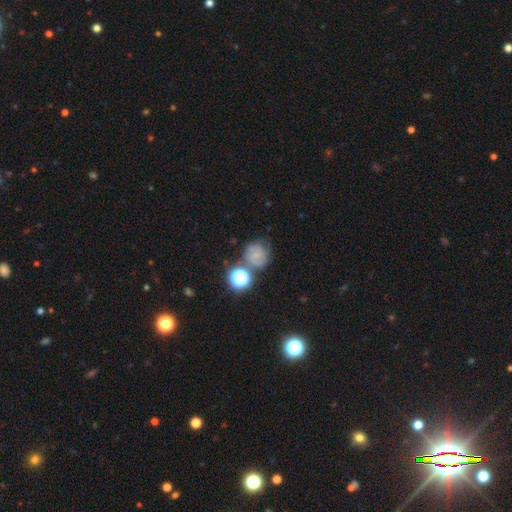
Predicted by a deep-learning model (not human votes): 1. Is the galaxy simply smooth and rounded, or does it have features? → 47% featured or disk, 34% smooth, 20% star or artifact.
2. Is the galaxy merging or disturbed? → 56% none, 20% minor disturbance, 13% merger, 11% major disturbance.